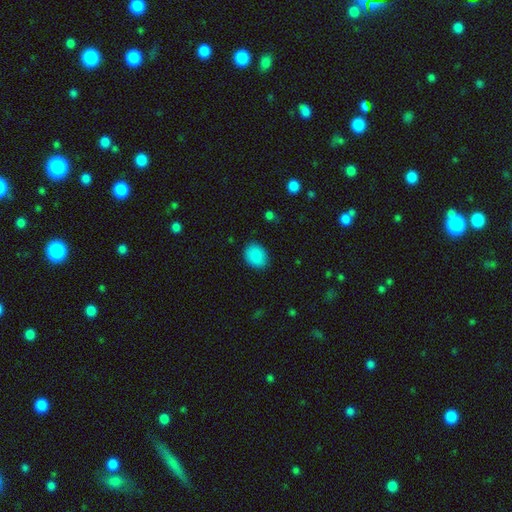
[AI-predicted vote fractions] Smooth or featured: smooth — 88% (star or artifact — 8%)
How rounded: in between — 53% (round — 46%)
Merging: none — 85% (minor disturbance — 11%)